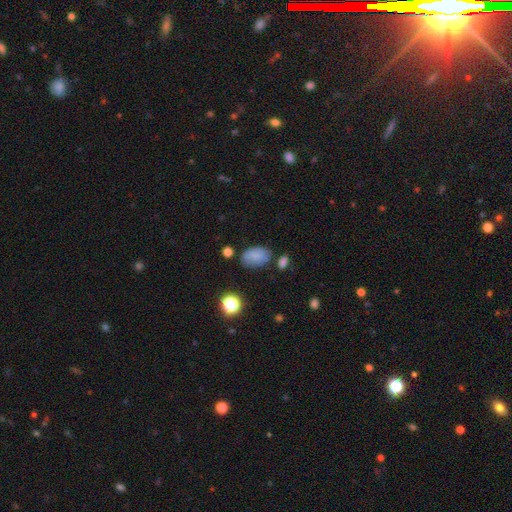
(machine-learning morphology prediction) smooth_or_featured: smooth (p=0.81) [alt: star or artifact p=0.10]
how_rounded: in between (p=0.90) [alt: round p=0.08]
merging: none (p=0.69) [alt: minor disturbance p=0.20]